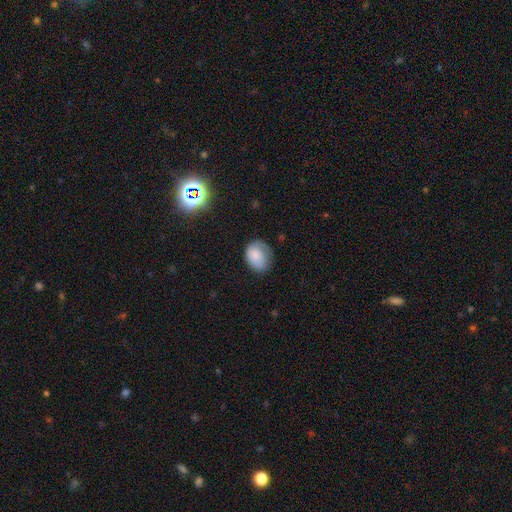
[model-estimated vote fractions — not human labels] smooth-or-featured: smooth: 78% | featured or disk: 13% | star or artifact: 8%
  how-rounded: in between: 54% | round: 46% | cigar-shaped: 1%
  merging: none: 56% | minor disturbance: 29% | major disturbance: 13% | merger: 2%